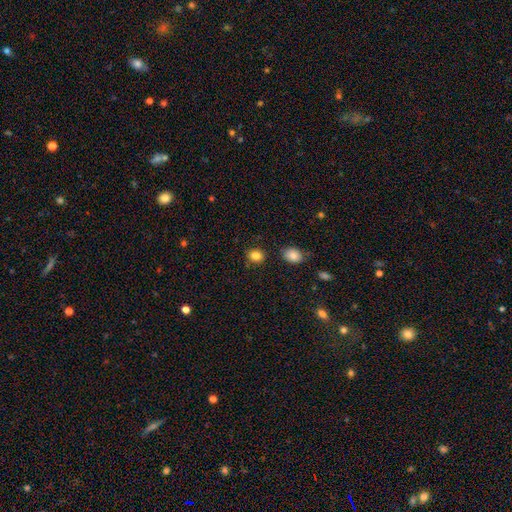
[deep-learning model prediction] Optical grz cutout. It shows a smooth galaxy with no disk features (84%) that is round (62%). Merging: none (85%).